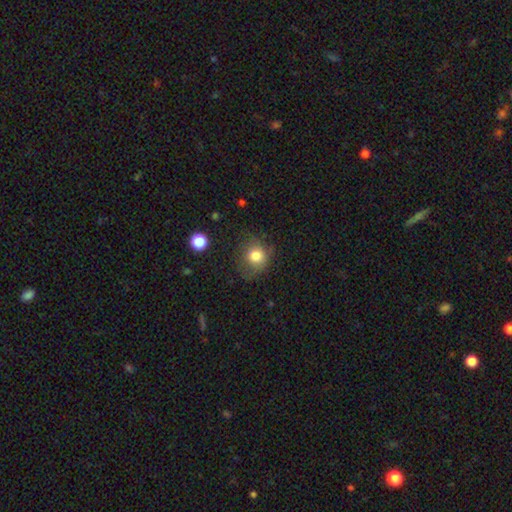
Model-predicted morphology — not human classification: type=smooth (79%); roundness=round (76%); merging=none (65%).